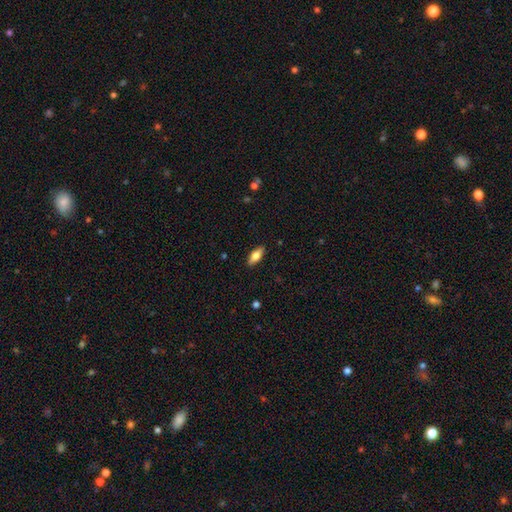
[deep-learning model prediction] Q: Smooth or featured?
A: smooth (68%); runner-up: featured or disk (26%)
Q: How rounded?
A: in between (77%); runner-up: cigar-shaped (21%)
Q: Merging?
A: none (89%); runner-up: minor disturbance (8%)